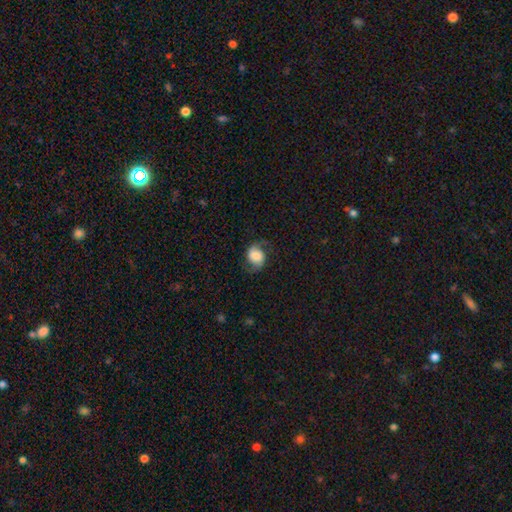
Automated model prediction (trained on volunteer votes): This is possibly a featured or disk galaxy (55%). It is clearly not viewed edge-on (97%). Bar: possibly no (57%). Spiral arm pattern: clearly yes (91%). Central bulge: marginally large (34%). Merging: likely none (70%).